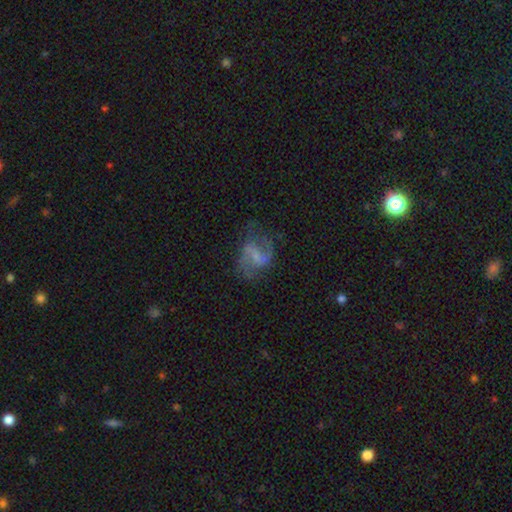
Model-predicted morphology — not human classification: This is likely a featured or disk galaxy (76%). It is clearly not viewed edge-on (98%). Bar: possibly weak (54%). Spiral arm pattern: clearly yes (90%). Spiral arm count: clearly 2 (85%). Spiral winding: possibly loose (51%). Central bulge: marginally small (41%). Merging: possibly none (59%).